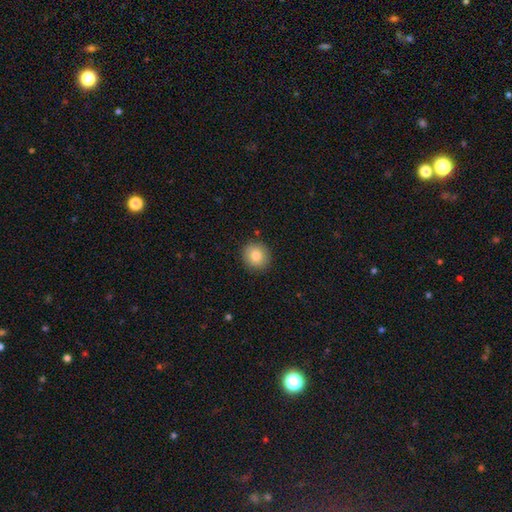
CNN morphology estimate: smooth-or-featured: smooth: 82% | featured or disk: 9% | star or artifact: 9%
  how-rounded: round: 89% | in between: 10% | cigar-shaped: 1%
  merging: none: 90% | minor disturbance: 7% | major disturbance: 2% | merger: 1%